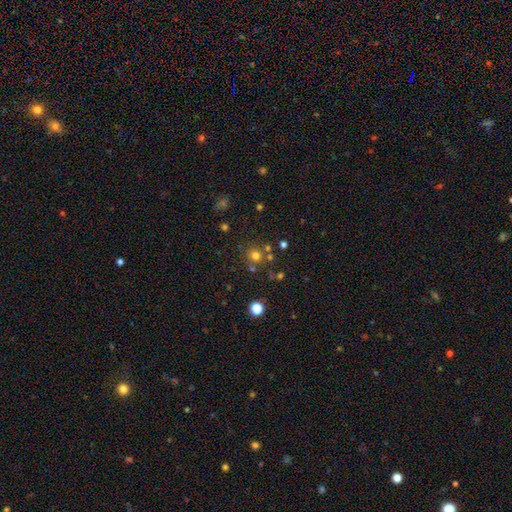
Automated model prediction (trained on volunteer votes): Smooth or featured? Predicted: smooth (p=0.71). How rounded? Predicted: round (p=0.91). Merging? Predicted: none (p=0.74).